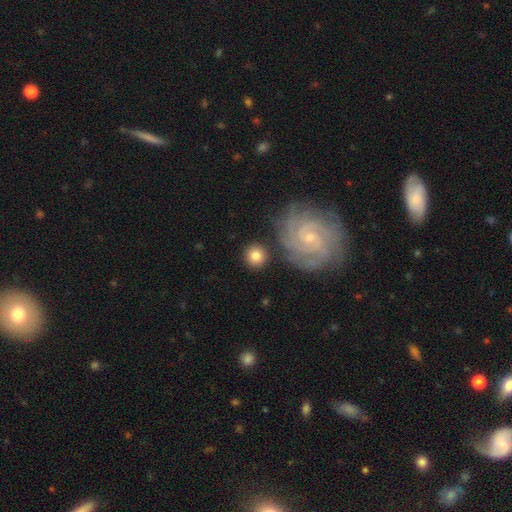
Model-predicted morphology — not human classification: Smooth or featured?
  - smooth: 67% *
  - featured or disk: 26%
  - star or artifact: 7%
How rounded?
  - round: 91% *
  - in between: 8%
  - cigar-shaped: 1%
Merging?
  - none: 84% *
  - minor disturbance: 8%
  - merger: 5%
  - major disturbance: 3%